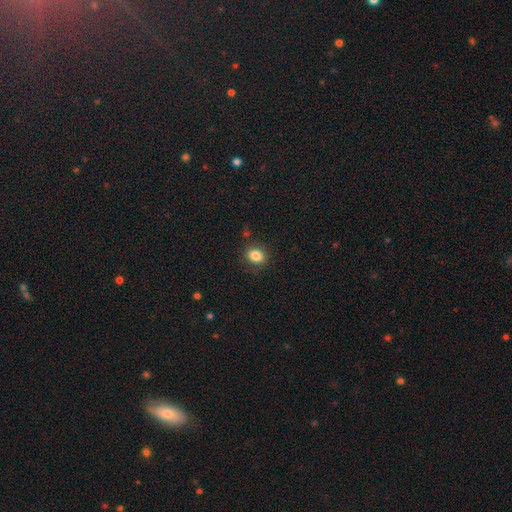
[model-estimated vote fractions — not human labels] Overall: smooth (84%). How rounded: round (57%; in between 42%). Merging: none (83%).